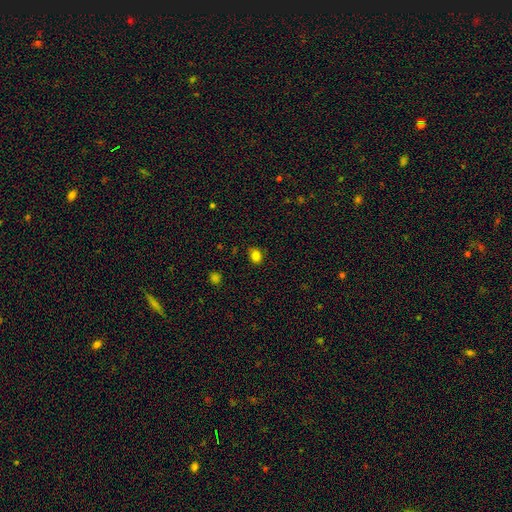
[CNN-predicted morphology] Smooth or featured? smooth (82%)
How rounded? in between (54%)
Merging? none (81%)